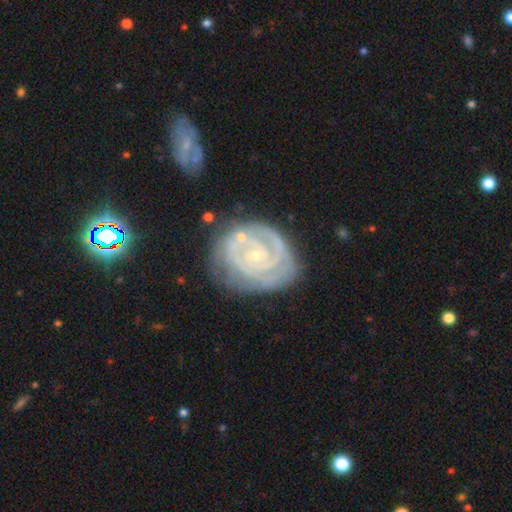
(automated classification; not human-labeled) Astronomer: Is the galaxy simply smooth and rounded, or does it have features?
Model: featured or disk — 87%.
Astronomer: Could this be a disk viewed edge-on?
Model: no — 98%.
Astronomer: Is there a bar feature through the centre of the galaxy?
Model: no — 57% (runner-up: weak, 33%).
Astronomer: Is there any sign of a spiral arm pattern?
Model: yes — 95%.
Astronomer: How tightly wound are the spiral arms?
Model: tight — 77%.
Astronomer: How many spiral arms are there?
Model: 2 — 44% (runner-up: can't tell, 23%).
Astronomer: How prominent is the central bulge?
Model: small — 81%.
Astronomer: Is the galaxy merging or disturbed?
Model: none — 63%.